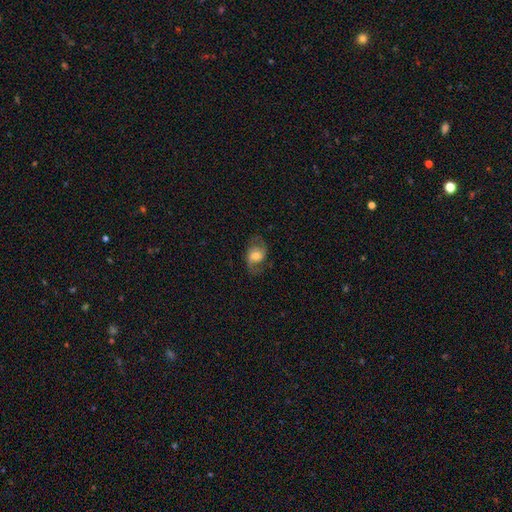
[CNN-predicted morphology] Smooth or featured? featured or disk (58%)
Edge-on disk? no (95%)
Bar? no (56%)
Spiral arms? yes (86%)
Bulge size? moderate (61%)
Merging? none (70%)